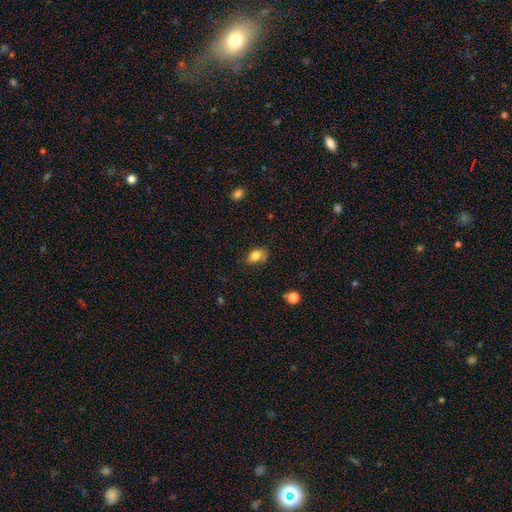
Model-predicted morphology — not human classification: Overall: smooth (81%). How rounded: in between (79%). Merging: none (61%; minor disturbance 25%).